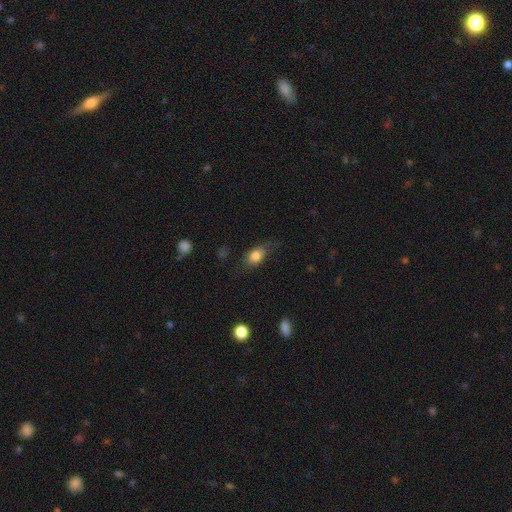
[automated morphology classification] The model was most divided on "merging": none: 67%, minor disturbance: 23%, major disturbance: 9%, merger: 2%. More confident: smooth or featured — smooth (78%); how rounded — in between (75%).